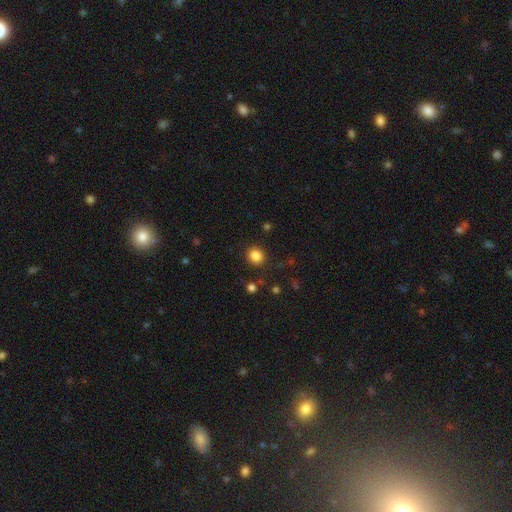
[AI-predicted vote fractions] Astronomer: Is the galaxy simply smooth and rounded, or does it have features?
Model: smooth — 85%.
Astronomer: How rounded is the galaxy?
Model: round — 80%.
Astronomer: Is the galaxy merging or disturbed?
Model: none — 87%.